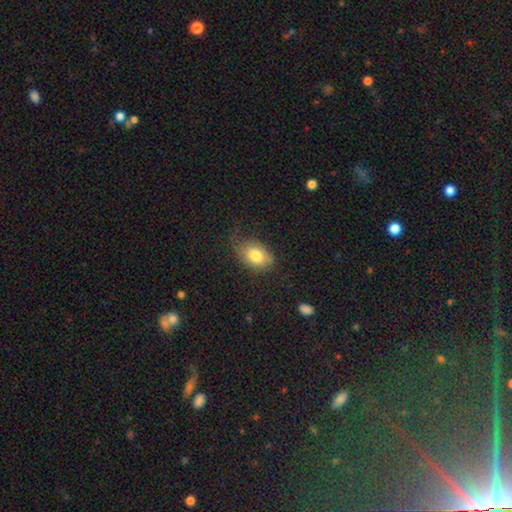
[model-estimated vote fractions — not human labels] This is likely a smooth galaxy (77%). How rounded: clearly in between (83%). Merging: possibly none (56%).